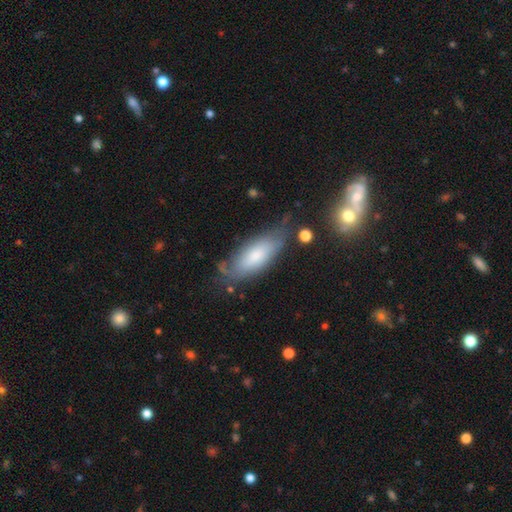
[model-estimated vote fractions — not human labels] Morphology: type=smooth (63%); roundness=in between (76%); merging=none (56%).